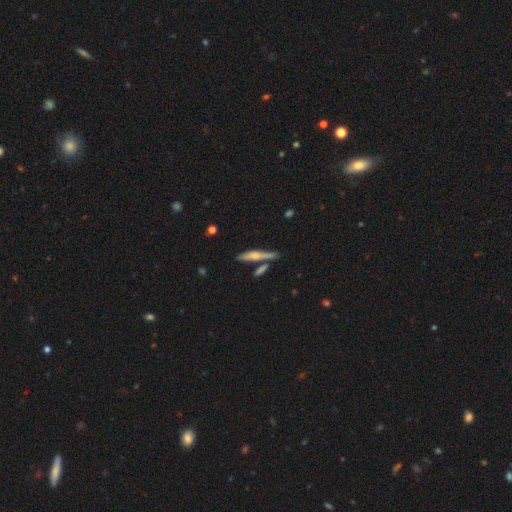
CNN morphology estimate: type=smooth (51%); roundness=cigar-shaped (85%); merging=none (68%).